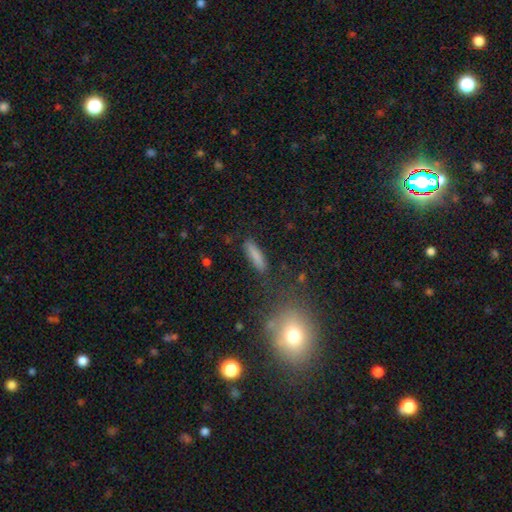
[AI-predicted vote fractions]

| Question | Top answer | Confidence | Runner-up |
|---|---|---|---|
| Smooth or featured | smooth | 82% | featured or disk (10%) |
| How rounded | cigar-shaped | 76% | in between (21%) |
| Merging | none | 84% | minor disturbance (10%) |